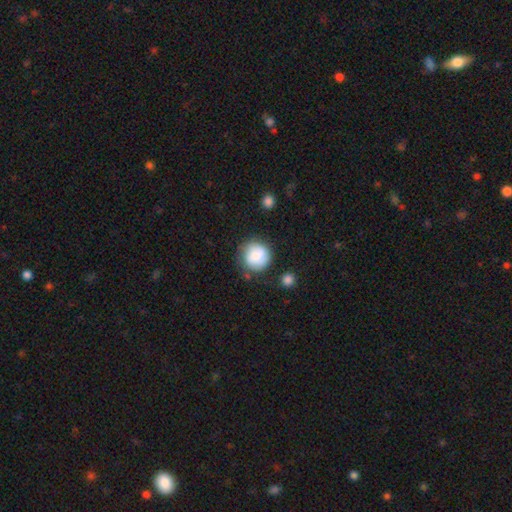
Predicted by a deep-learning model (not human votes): This appears to be a smooth galaxy with no disk features (81%) that is round (93%). Merging: none (73%).